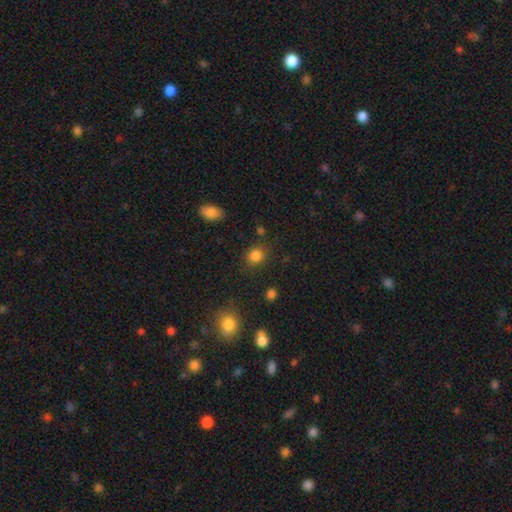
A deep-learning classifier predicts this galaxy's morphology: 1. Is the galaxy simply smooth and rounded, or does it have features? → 83% smooth, 12% star or artifact, 4% featured or disk.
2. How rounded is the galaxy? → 75% round, 24% in between, 1% cigar-shaped.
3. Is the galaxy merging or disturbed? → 82% none, 11% minor disturbance, 4% major disturbance, 3% merger.